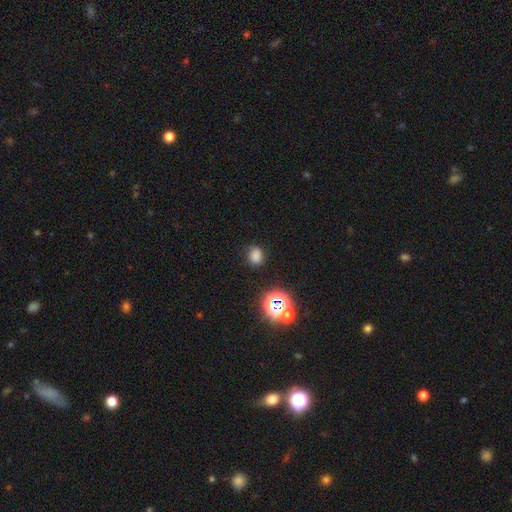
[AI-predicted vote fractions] This is likely a smooth galaxy (73%). How rounded: likely round (62%). Merging: likely none (75%).